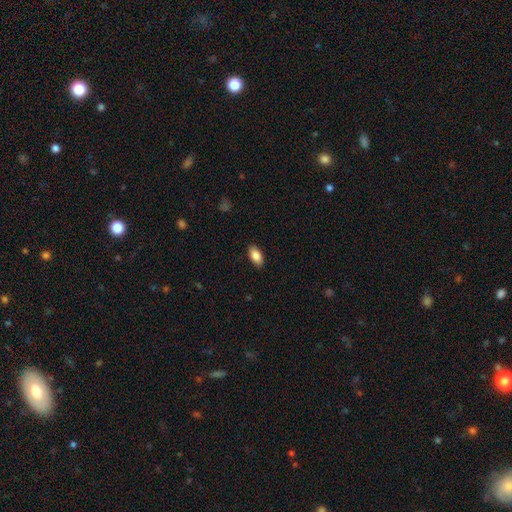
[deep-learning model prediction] Q: Smooth or featured?
A: smooth (87%); runner-up: star or artifact (7%)
Q: How rounded?
A: in between (93%); runner-up: cigar-shaped (4%)
Q: Merging?
A: none (88%); runner-up: minor disturbance (9%)